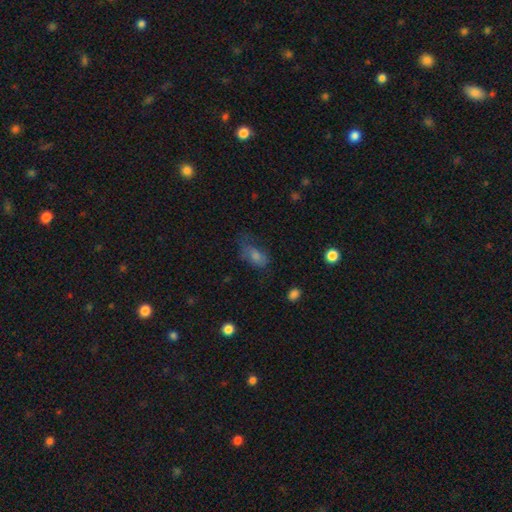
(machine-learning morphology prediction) Smooth or featured? smooth (63%)
How rounded? in between (83%)
Merging? none (46%)